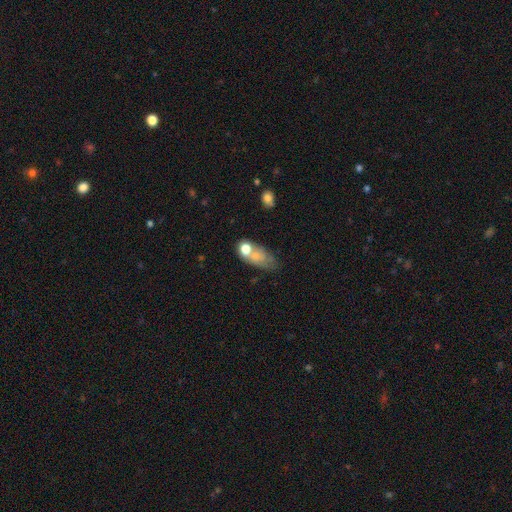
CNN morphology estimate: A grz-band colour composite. It shows a smooth galaxy with no disk features (65%) that is in between round and cigar-shaped (77%). Merging: none (31%, tied with merger).